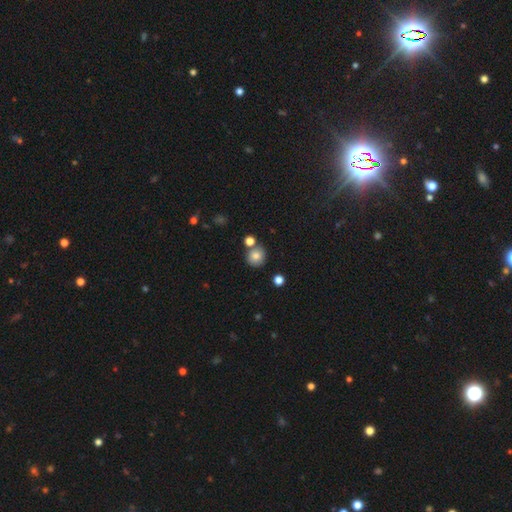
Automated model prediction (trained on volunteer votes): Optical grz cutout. It shows a smooth galaxy with no disk features (80%) that is round (89%). Merging: none (73%).